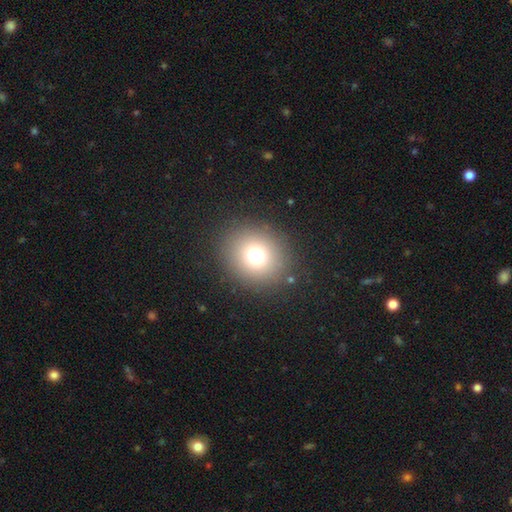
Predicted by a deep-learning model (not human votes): Smooth or featured? smooth (71%)
How rounded? round (86%)
Merging? none (88%)